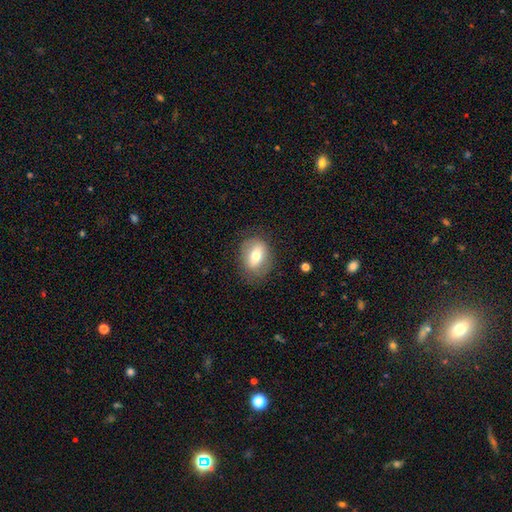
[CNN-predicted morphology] type=smooth (62%); roundness=in between (70%); merging=none (76%).